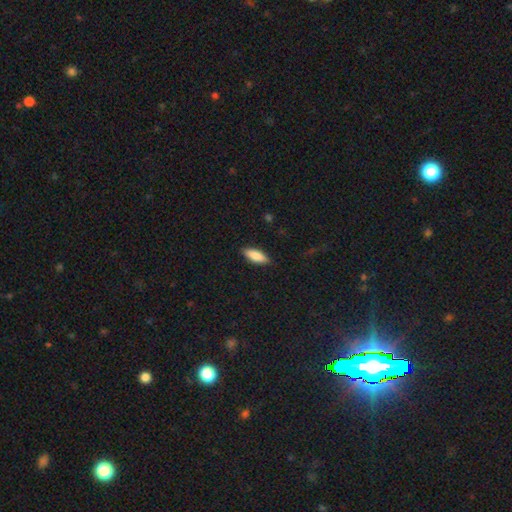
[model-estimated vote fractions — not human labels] Smooth or featured? smooth (84%)
How rounded? in between (64%)
Merging? none (88%)